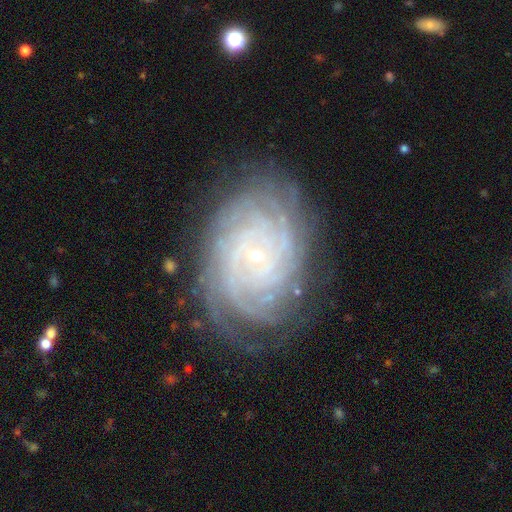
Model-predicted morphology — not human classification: This is clearly a featured or disk galaxy (88%). It is clearly not viewed edge-on (97%). Bar: likely no (77%). Spiral arm pattern: clearly yes (98%). Spiral arm count: marginally more than 4 (30%). Spiral winding: clearly tight (85%). Central bulge: clearly small (86%). Merging: clearly none (80%).